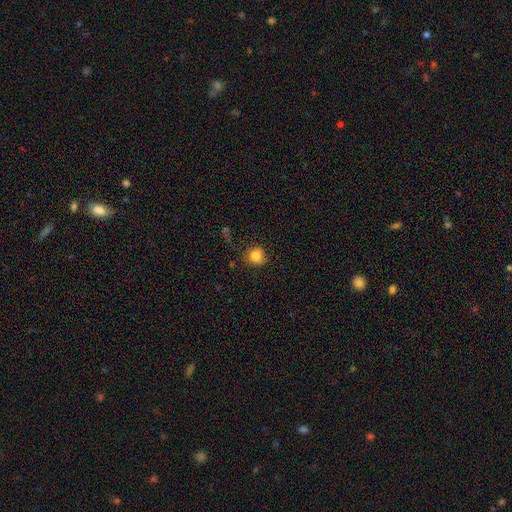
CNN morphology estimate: smooth_or_featured: smooth (p=0.80) [alt: star or artifact p=0.10]
how_rounded: round (p=0.79) [alt: in between p=0.20]
merging: none (p=0.65) [alt: minor disturbance p=0.22]